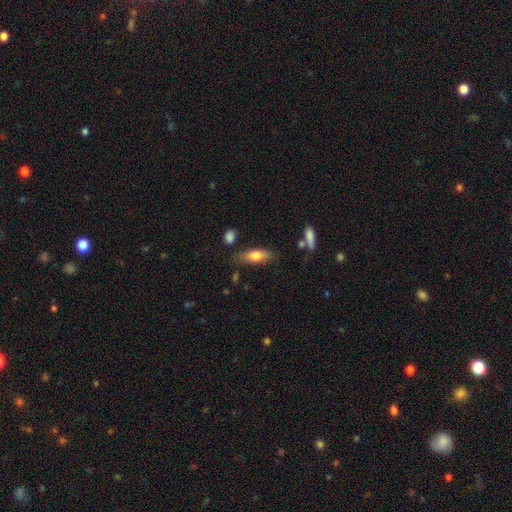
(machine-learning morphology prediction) smooth-or-featured: smooth: 71% | featured or disk: 23% | star or artifact: 7%
  how-rounded: in between: 64% | cigar-shaped: 34% | round: 3%
  merging: none: 73% | minor disturbance: 18% | merger: 4% | major disturbance: 4%